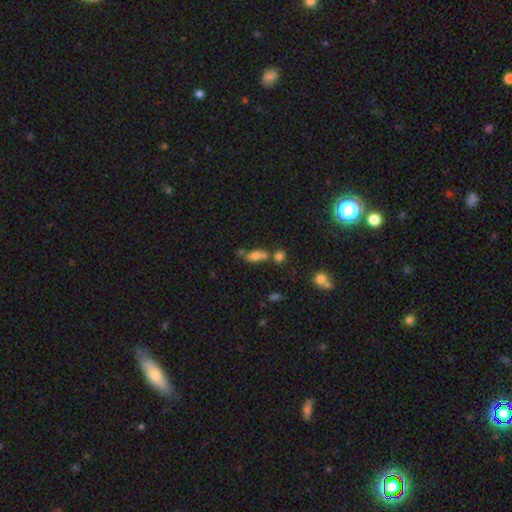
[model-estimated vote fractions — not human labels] A smooth galaxy with no disk features (70%) that is in between round and cigar-shaped (76%). Merging: none (43%).